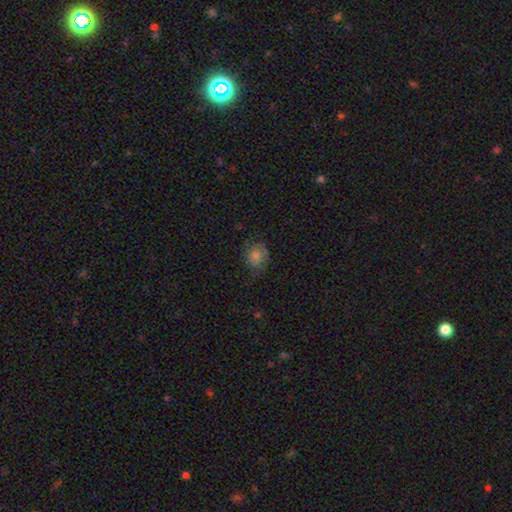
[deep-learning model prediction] Q: Smooth or featured?
A: smooth (59%); runner-up: featured or disk (28%)
Q: How rounded?
A: round (63%); runner-up: in between (36%)
Q: Merging?
A: none (65%); runner-up: minor disturbance (23%)